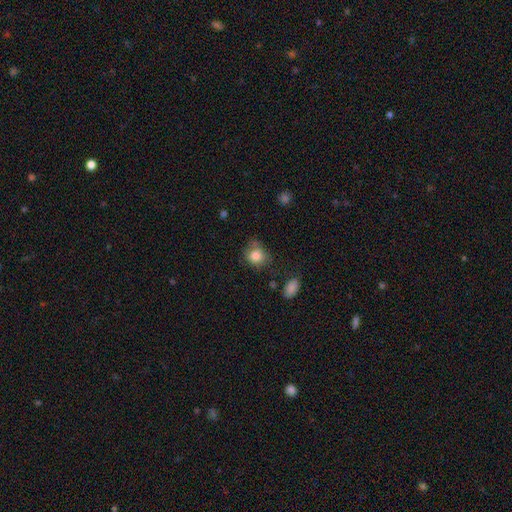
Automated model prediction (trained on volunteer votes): smooth-or-featured: smooth: 81% | featured or disk: 9% | star or artifact: 9%
  how-rounded: round: 66% | in between: 33% | cigar-shaped: 1%
  merging: none: 57% | minor disturbance: 28% | major disturbance: 10% | merger: 5%